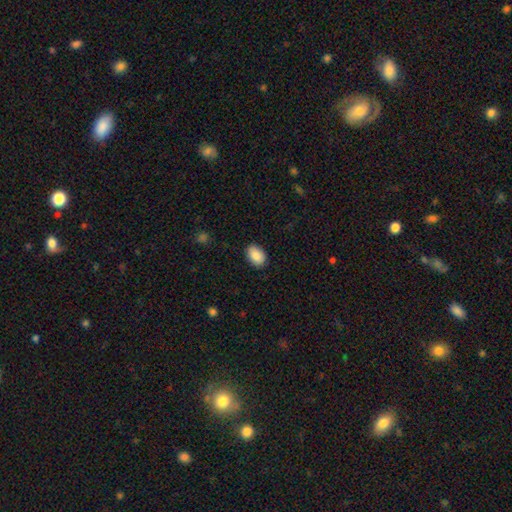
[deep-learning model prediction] This is clearly a smooth galaxy (88%). How rounded: clearly in between (88%). Merging: clearly none (88%).